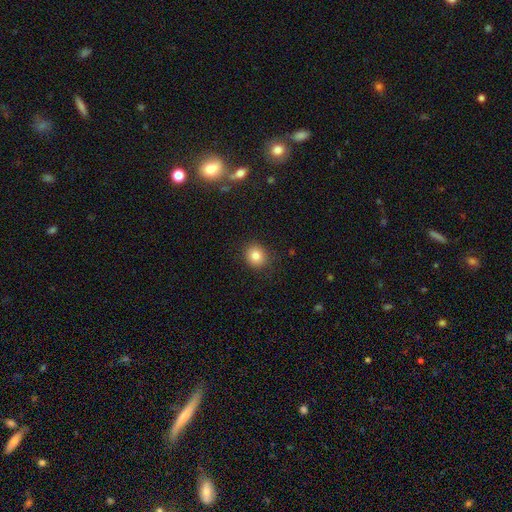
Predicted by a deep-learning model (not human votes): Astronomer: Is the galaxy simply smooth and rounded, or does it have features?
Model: smooth — 83%.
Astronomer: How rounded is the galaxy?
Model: round — 82%.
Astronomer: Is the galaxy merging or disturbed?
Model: none — 88%.